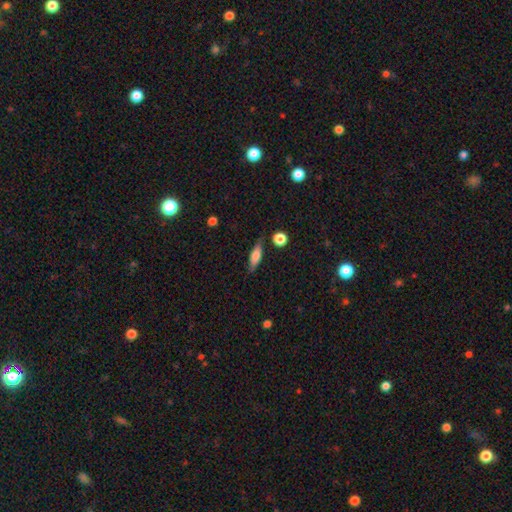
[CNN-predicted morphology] type=smooth (63%); roundness=in between (50%); merging=none (79%).